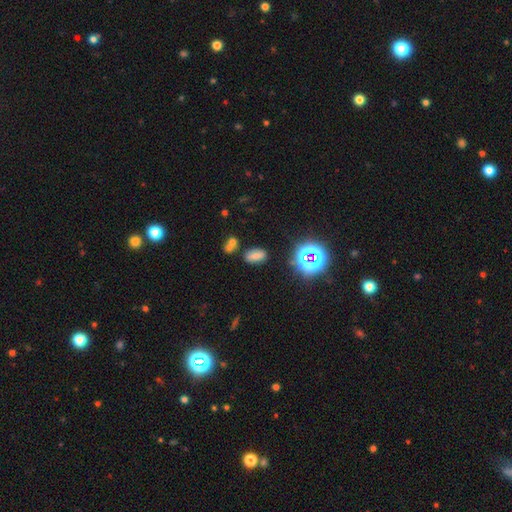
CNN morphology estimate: Overall: smooth (59%; star or artifact 28%). How rounded: in between (87%). Merging: none (74%).